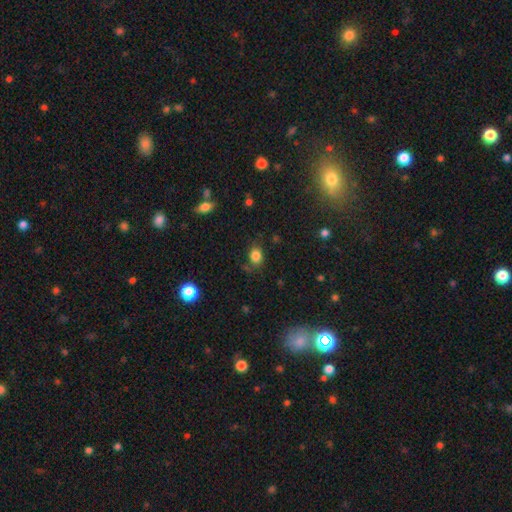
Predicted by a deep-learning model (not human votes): Smooth or featured?
  - smooth: 82% *
  - star or artifact: 12%
  - featured or disk: 6%
How rounded?
  - in between: 55% *
  - round: 44%
  - cigar-shaped: 1%
Merging?
  - none: 70% *
  - minor disturbance: 20%
  - major disturbance: 7%
  - merger: 3%